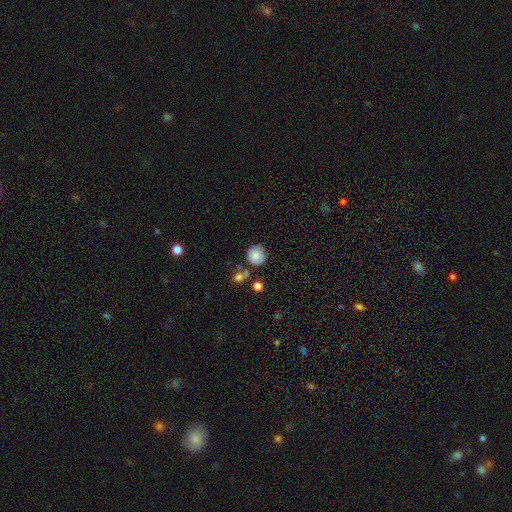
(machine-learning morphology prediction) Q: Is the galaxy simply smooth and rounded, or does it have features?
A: smooth — 83%.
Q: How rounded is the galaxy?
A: round — 91%.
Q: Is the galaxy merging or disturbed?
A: none — 72%.